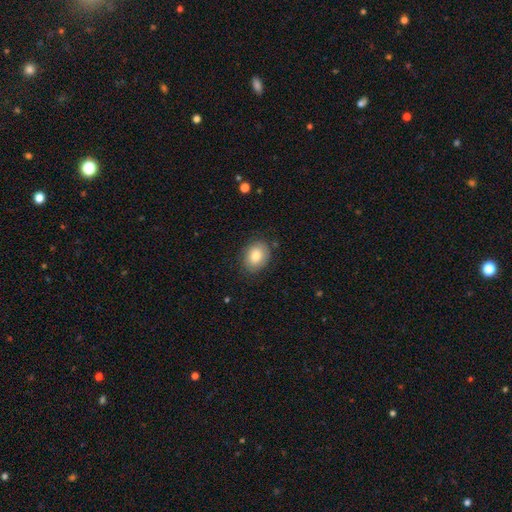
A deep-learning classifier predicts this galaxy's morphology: Smooth or featured? smooth (81%)
How rounded? in between (63%)
Merging? none (80%)